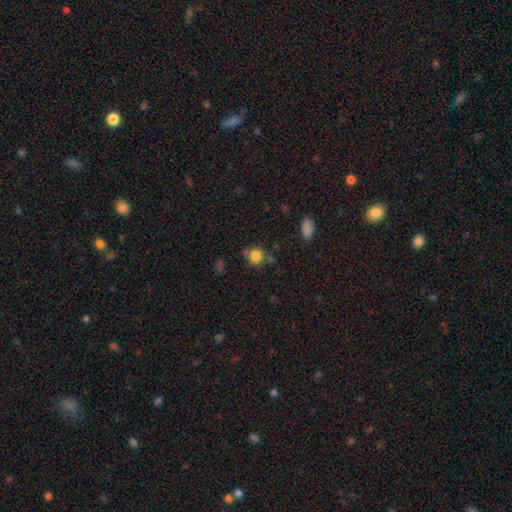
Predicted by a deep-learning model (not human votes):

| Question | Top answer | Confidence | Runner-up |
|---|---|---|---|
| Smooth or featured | smooth | 82% | star or artifact (11%) |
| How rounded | round | 85% | in between (14%) |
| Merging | none | 69% | minor disturbance (14%) |